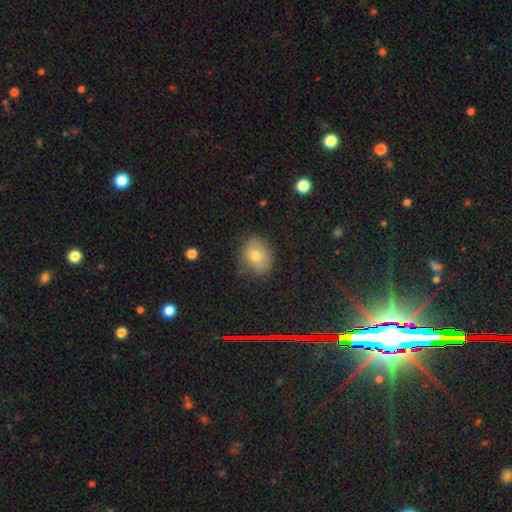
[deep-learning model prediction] The model was most divided on "how rounded": in between: 60%, round: 39%, cigar-shaped: 1%. More confident: merging — none (76%); smooth or featured — smooth (70%).